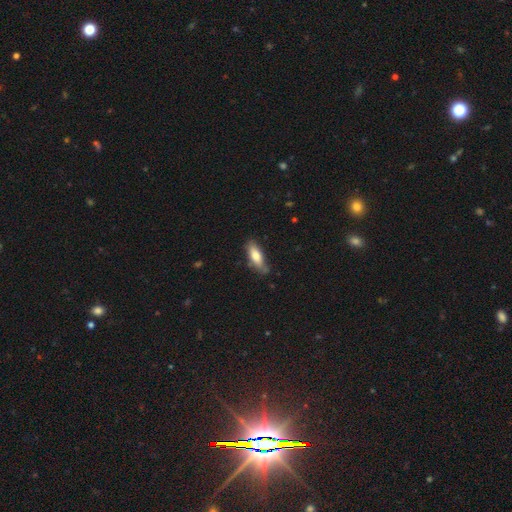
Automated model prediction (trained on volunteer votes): smooth_or_featured: smooth (p=0.72) [alt: featured or disk p=0.22]
how_rounded: in between (p=0.55) [alt: cigar-shaped p=0.43]
merging: none (p=0.70) [alt: minor disturbance p=0.23]